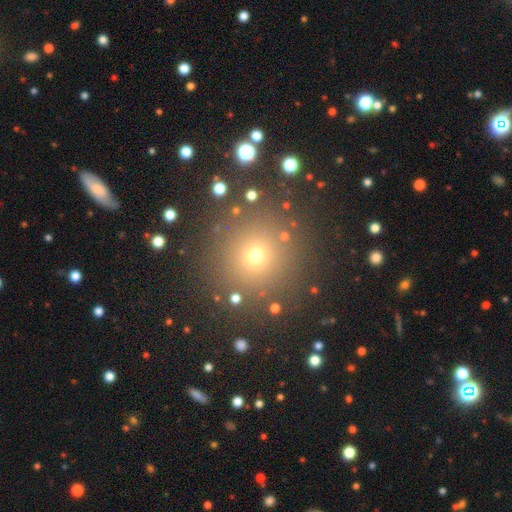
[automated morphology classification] Overall: smooth (62%; star or artifact 29%). How rounded: round (94%). Merging: none (88%).